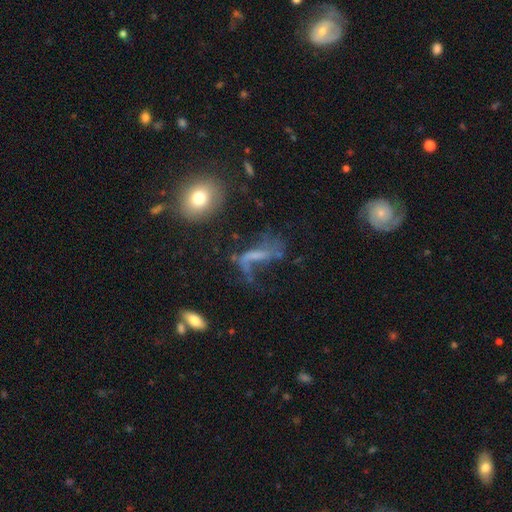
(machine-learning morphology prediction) Overall: featured or disk (55%; smooth 26%). Edge-on disk: no (88%). Merging: major disturbance (40%; none 34%).